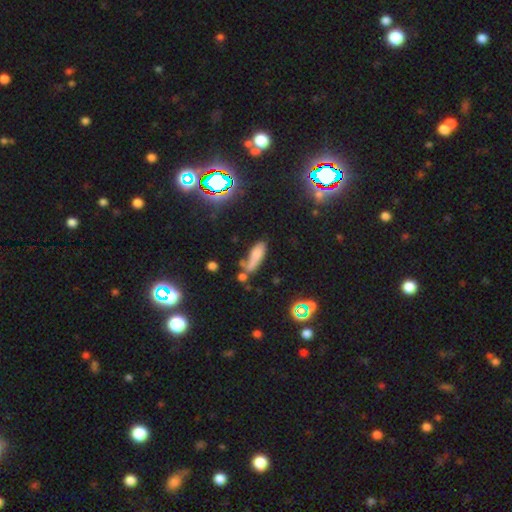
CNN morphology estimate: Smooth or featured: smooth — 67% (featured or disk — 17%)
How rounded: in between — 54% (cigar-shaped — 42%)
Merging: none — 41% (minor disturbance — 23%)